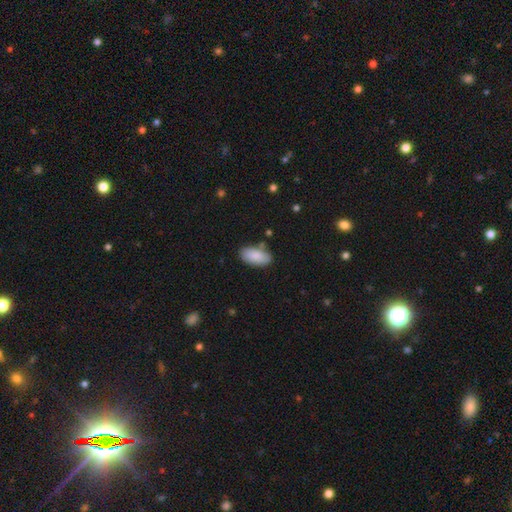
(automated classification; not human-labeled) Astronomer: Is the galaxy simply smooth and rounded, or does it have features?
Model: smooth — 87%.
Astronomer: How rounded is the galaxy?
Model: in between — 94%.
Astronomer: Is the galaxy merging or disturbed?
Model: none — 79%.